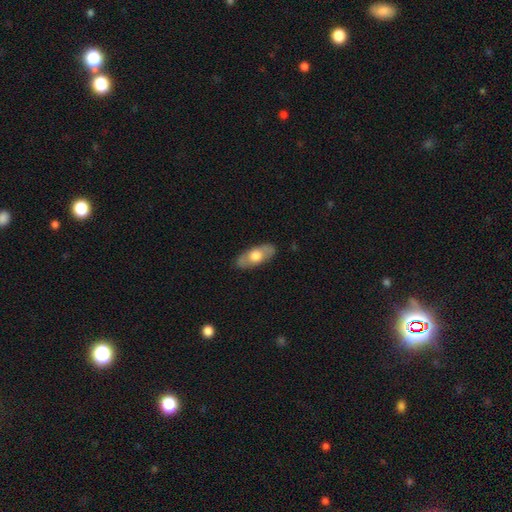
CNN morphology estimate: The model was most divided on "smooth or featured": smooth: 58%, featured or disk: 37%, star or artifact: 5%. More confident: merging — none (85%); how rounded — in between (81%).